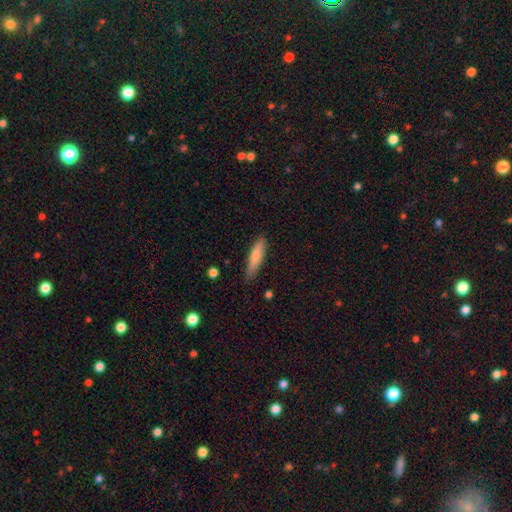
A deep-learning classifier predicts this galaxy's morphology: Q: Smooth or featured?
A: smooth (67%); runner-up: featured or disk (27%)
Q: How rounded?
A: cigar-shaped (81%); runner-up: in between (17%)
Q: Merging?
A: none (85%); runner-up: minor disturbance (11%)